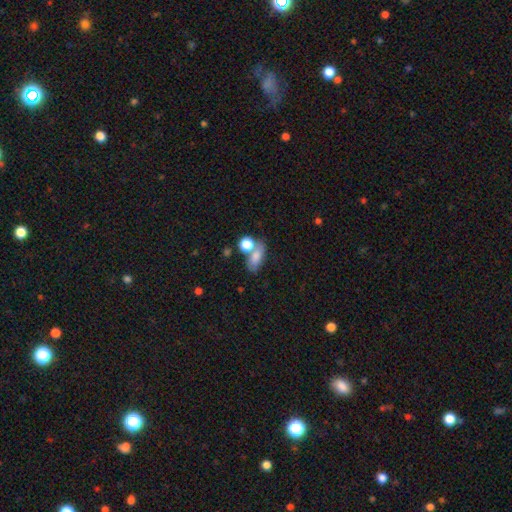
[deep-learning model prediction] Smooth or featured? smooth (75%)
How rounded? in between (77%)
Merging? none (43%)